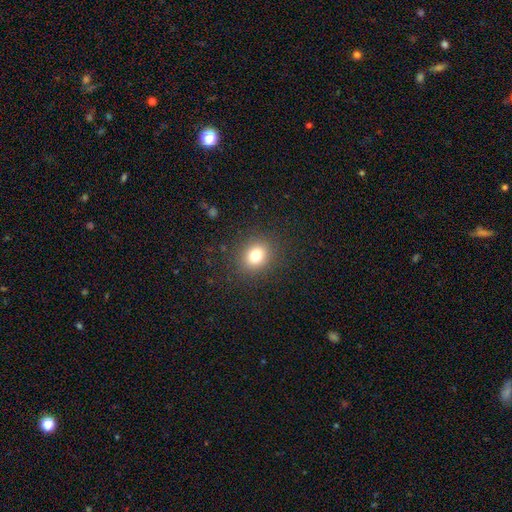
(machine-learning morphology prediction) Smooth or featured?
  - smooth: 79% *
  - star or artifact: 13%
  - featured or disk: 8%
How rounded?
  - round: 68% *
  - in between: 32%
  - cigar-shaped: 1%
Merging?
  - none: 88% *
  - minor disturbance: 8%
  - major disturbance: 4%
  - merger: 1%